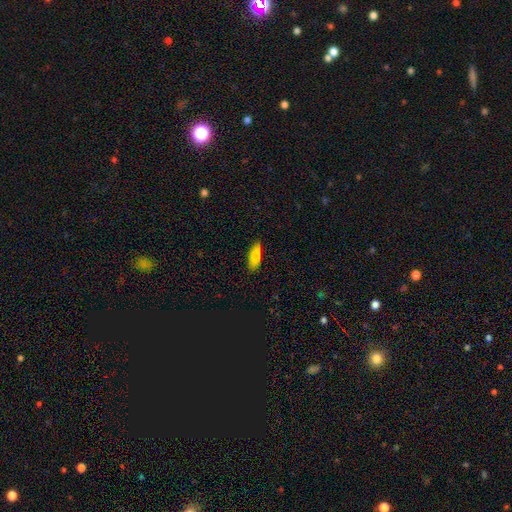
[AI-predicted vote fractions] A smooth galaxy with no disk features (83%) that is in between round and cigar-shaped (66%). Merging: none (83%).